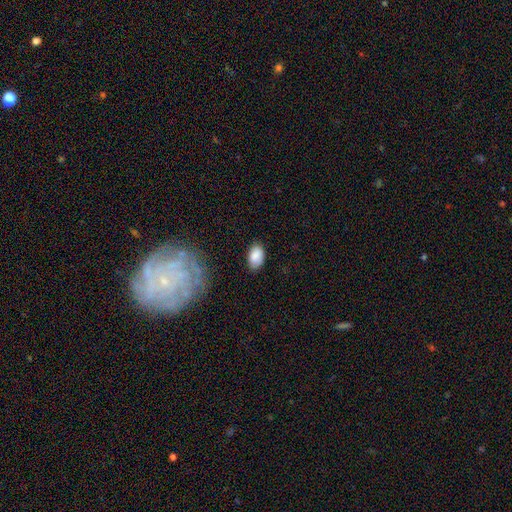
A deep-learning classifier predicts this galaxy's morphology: Smooth or featured? smooth (85%)
How rounded? in between (92%)
Merging? none (76%)